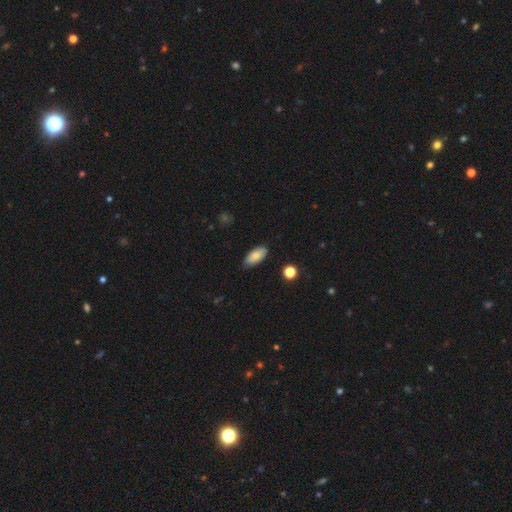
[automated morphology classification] The model was most divided on "merging": none: 79%, minor disturbance: 17%, major disturbance: 2%, merger: 1%. More confident: how rounded — in between (90%); smooth or featured — smooth (80%).